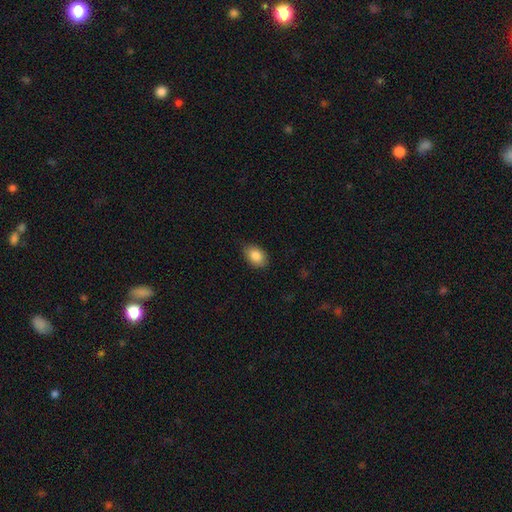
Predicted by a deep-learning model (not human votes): Smooth or featured: smooth — 85% (star or artifact — 8%)
How rounded: in between — 83% (round — 16%)
Merging: none — 81% (minor disturbance — 16%)